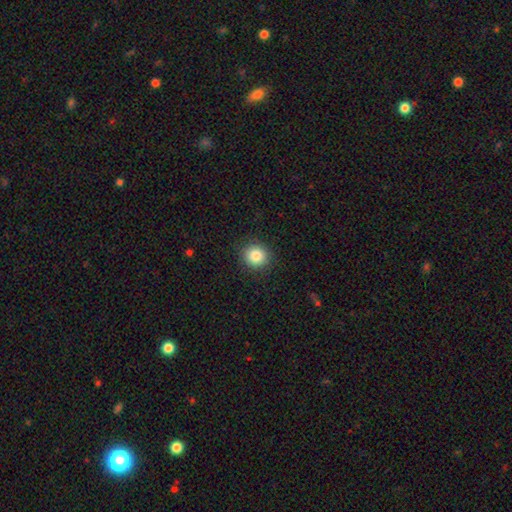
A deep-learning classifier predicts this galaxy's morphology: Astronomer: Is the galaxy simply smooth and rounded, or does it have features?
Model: smooth — 84%.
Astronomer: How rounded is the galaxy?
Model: round — 89%.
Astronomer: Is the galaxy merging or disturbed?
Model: none — 90%.